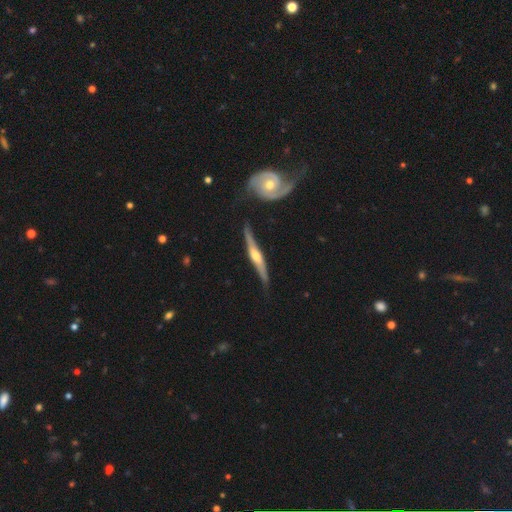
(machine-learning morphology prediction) Smooth or featured: featured or disk — 78% (smooth — 18%)
Edge-on disk: yes — 91% (no — 9%)
Edge-on bulge: rounded — 83% (boxy — 9%)
Merging: none — 74% (minor disturbance — 19%)